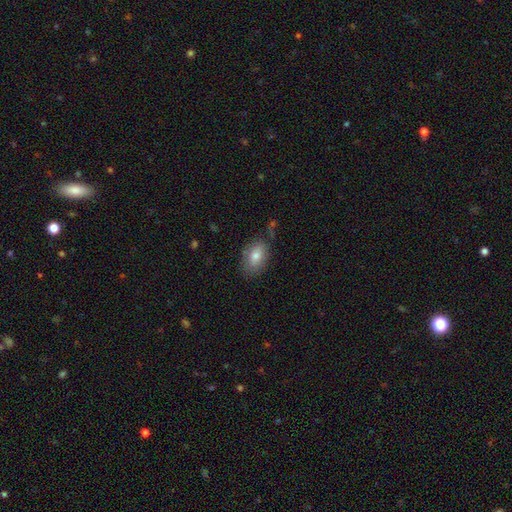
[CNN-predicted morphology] Smooth or featured? smooth (77%)
How rounded? in between (88%)
Merging? none (74%)